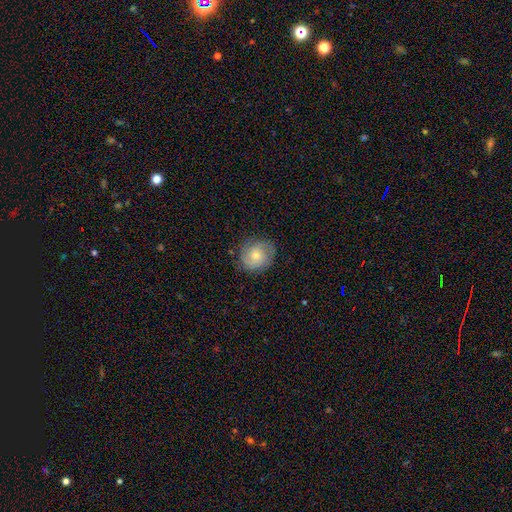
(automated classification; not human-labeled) smooth-or-featured: smooth: 62% | featured or disk: 30% | star or artifact: 8%
  how-rounded: round: 78% | in between: 21% | cigar-shaped: 1%
  merging: none: 76% | minor disturbance: 18% | major disturbance: 5% | merger: 1%